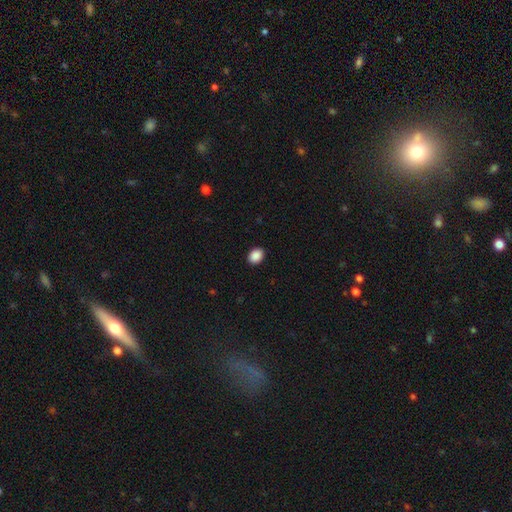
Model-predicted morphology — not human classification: smooth 90%, star or artifact 8%, featured or disk 2%. Down the decision tree: how rounded — in between (60%); merging — none (91%).